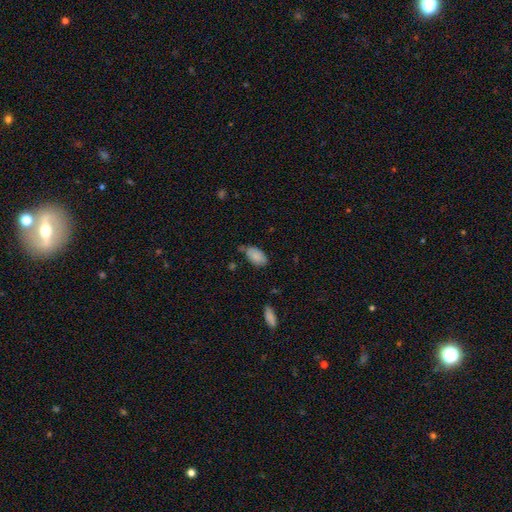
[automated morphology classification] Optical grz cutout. It shows a smooth galaxy with no disk features (85%) that is in between round and cigar-shaped (94%). Merging: none (58%).